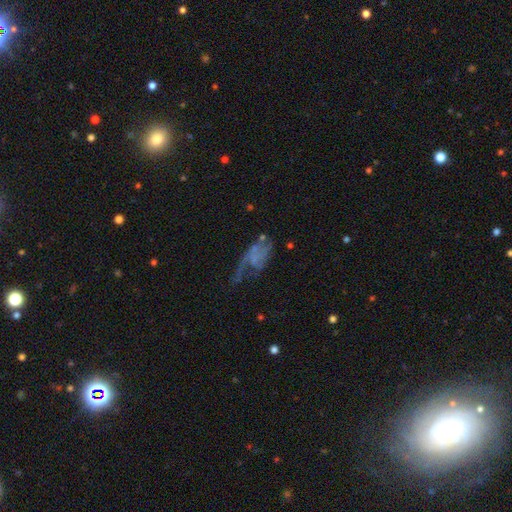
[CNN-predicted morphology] type=featured or disk (60%); edge-on=no (95%); bar=no (79%); spiral arms=yes (51%); bulge=none (73%); merging=major disturbance (46%).